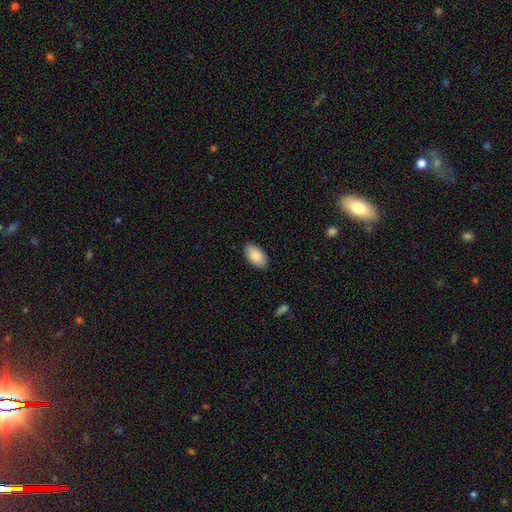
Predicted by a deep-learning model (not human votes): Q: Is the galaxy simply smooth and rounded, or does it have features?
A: smooth — 88%.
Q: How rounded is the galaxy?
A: in between — 95%.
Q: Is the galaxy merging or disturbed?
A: none — 88%.